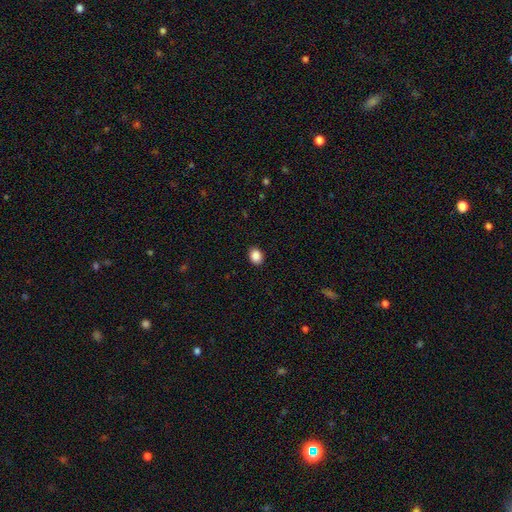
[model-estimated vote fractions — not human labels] smooth_or_featured: smooth (p=0.89) [alt: star or artifact p=0.09]
how_rounded: in between (p=0.56) [alt: round p=0.43]
merging: none (p=0.91) [alt: minor disturbance p=0.06]